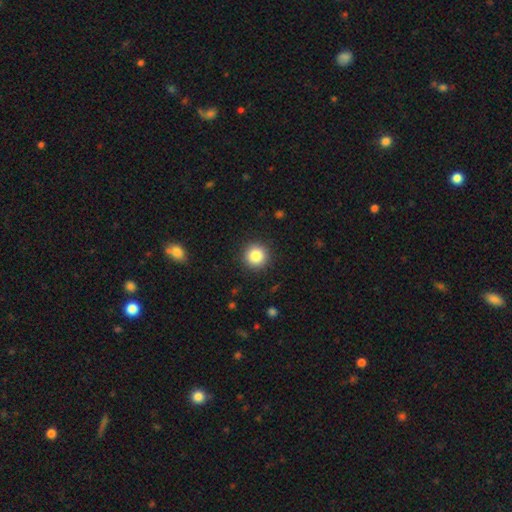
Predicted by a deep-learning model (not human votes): Morphology: type=smooth (85%); roundness=round (95%); merging=none (91%).